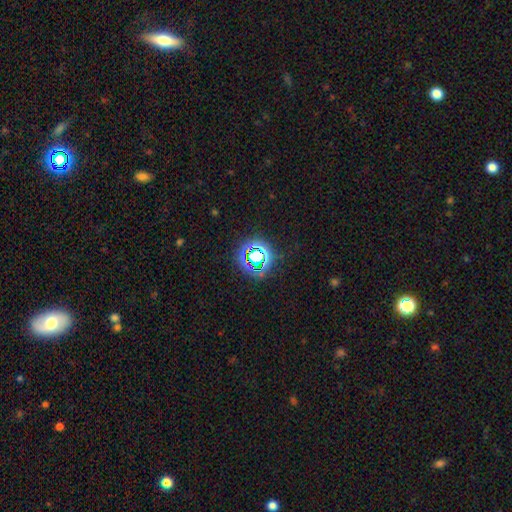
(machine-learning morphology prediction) Smooth or featured: star or artifact — 65% (smooth — 23%)